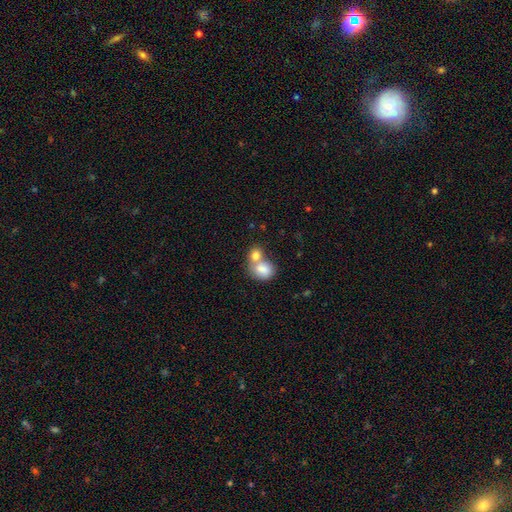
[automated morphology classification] smooth_or_featured: smooth (p=0.80) [alt: featured or disk p=0.12]
how_rounded: in between (p=0.50) [alt: round p=0.49]
merging: merger (p=0.66) [alt: none p=0.24]